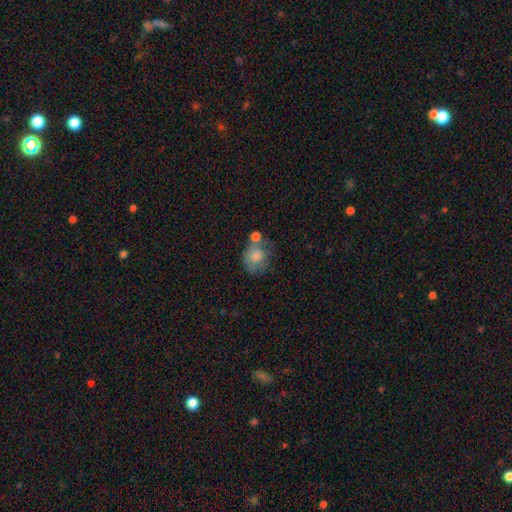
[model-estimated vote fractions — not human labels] The model was most divided on "merging": none: 36%, merger: 25%, minor disturbance: 23%, major disturbance: 15%. More confident: smooth or featured — smooth (71%); how rounded — round (59%).